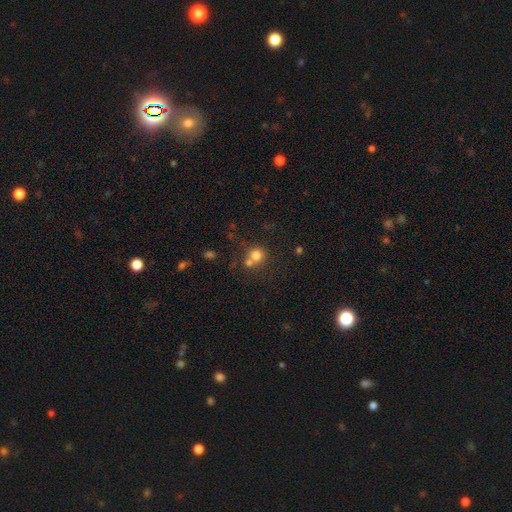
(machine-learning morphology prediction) Overall: smooth (76%). How rounded: round (88%). Merging: none (49%; merger 40%).